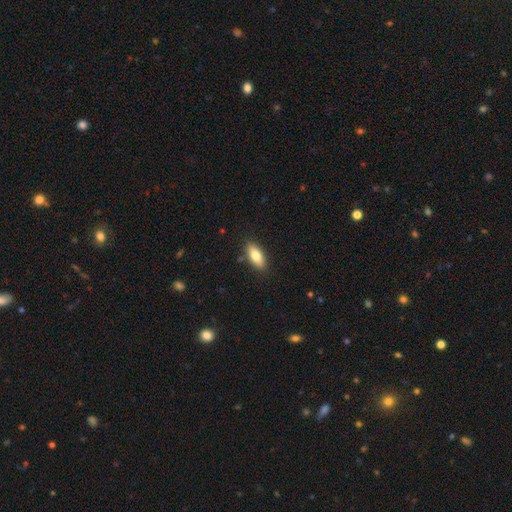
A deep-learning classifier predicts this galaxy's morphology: Smooth or featured? smooth (79%)
How rounded? in between (82%)
Merging? none (86%)